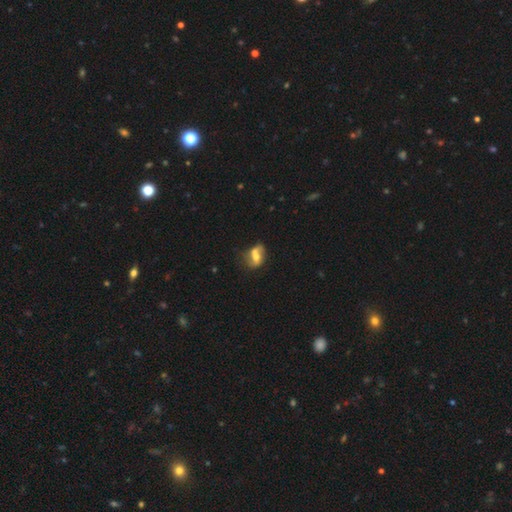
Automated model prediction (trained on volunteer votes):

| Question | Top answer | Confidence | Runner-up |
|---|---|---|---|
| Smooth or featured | smooth | 49% | featured or disk (41%) |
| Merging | merger | 46% | none (30%) |